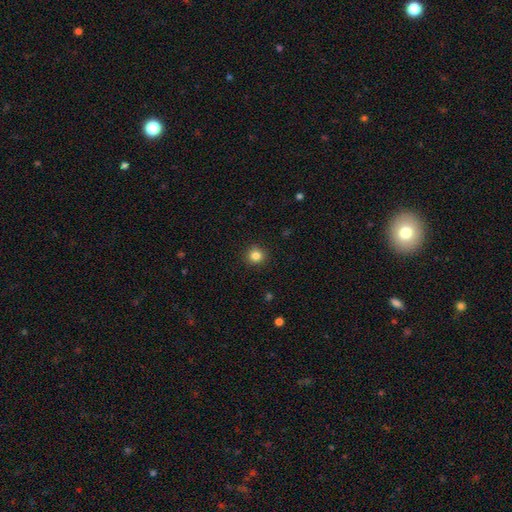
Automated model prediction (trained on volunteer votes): smooth 83%, star or artifact 12%, featured or disk 5%. Down the decision tree: how rounded — round (93%); merging — none (92%).